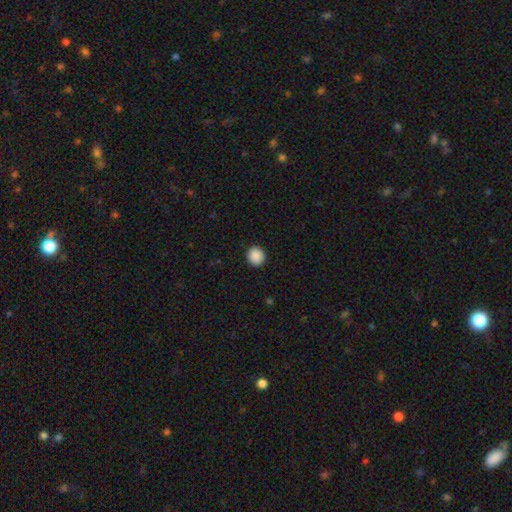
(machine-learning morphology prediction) Smooth or featured: smooth — 89% (star or artifact — 8%)
How rounded: round — 90% (in between — 9%)
Merging: none — 92% (minor disturbance — 6%)